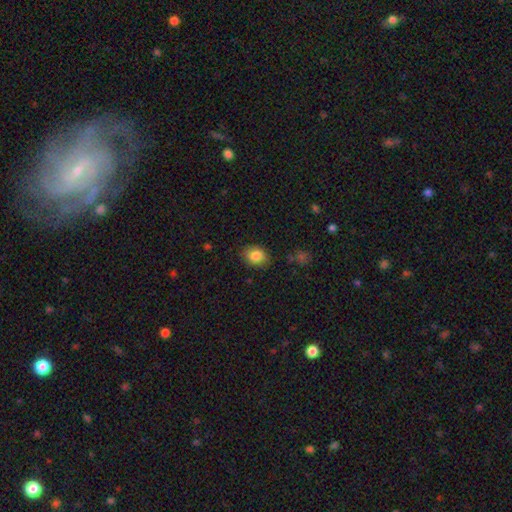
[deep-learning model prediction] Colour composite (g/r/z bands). It shows a smooth galaxy with no disk features (84%) that is in between round and cigar-shaped (56%). Merging: none (83%).